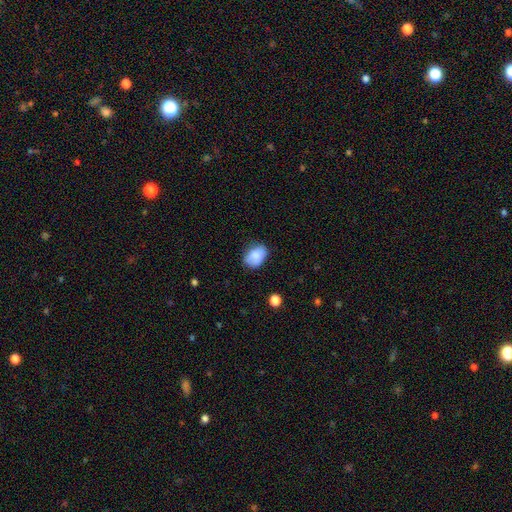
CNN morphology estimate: A smooth galaxy with no disk features (83%) that is in between round and cigar-shaped (79%).

Vote fractions:
- Smooth or featured? smooth: 83% / featured or disk: 9% / star or artifact: 8%
- How rounded? in between: 79% / round: 20% / cigar-shaped: 1%
- Merging? none: 68% / minor disturbance: 25% / major disturbance: 5% / merger: 2%